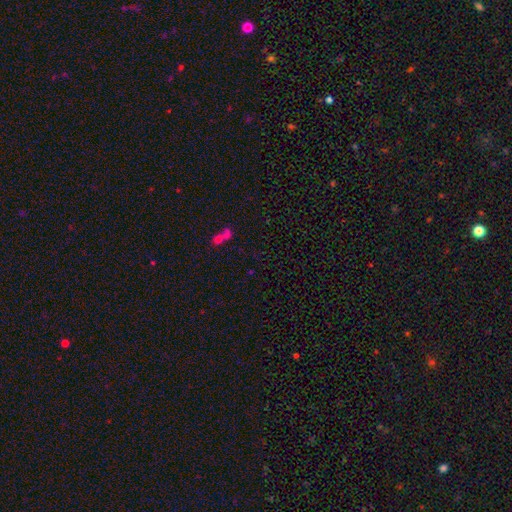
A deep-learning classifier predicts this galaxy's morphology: Q: Smooth or featured?
A: smooth (45%); runner-up: star or artifact (40%)
Q: Merging?
A: merger (54%); runner-up: none (33%)